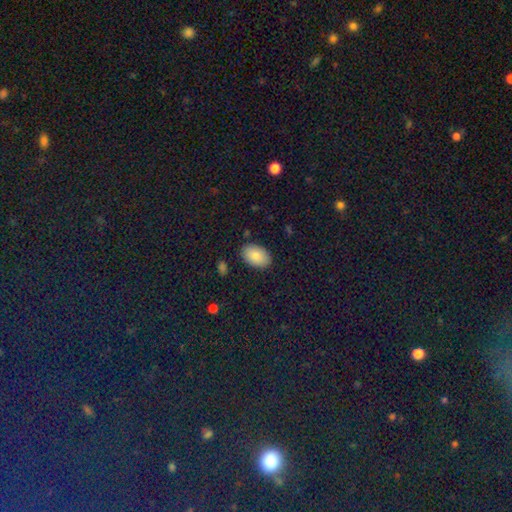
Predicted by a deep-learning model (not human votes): smooth_or_featured: smooth (p=0.84) [alt: featured or disk p=0.08]
how_rounded: in between (p=0.91) [alt: round p=0.08]
merging: none (p=0.87) [alt: minor disturbance p=0.09]